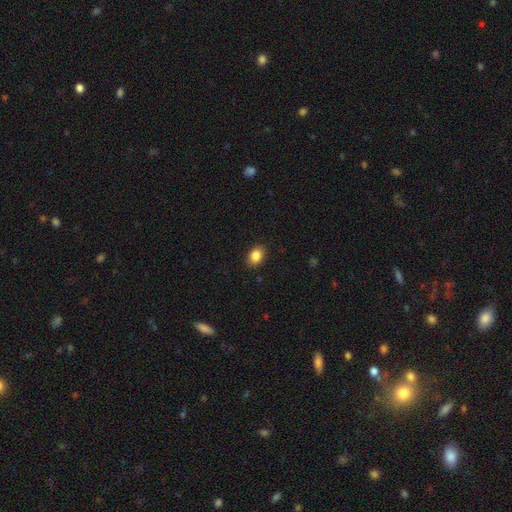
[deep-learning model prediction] Smooth or featured?
  - smooth: 86% *
  - star or artifact: 9%
  - featured or disk: 5%
How rounded?
  - in between: 75% *
  - round: 24%
  - cigar-shaped: 1%
Merging?
  - none: 88% *
  - minor disturbance: 8%
  - major disturbance: 2%
  - merger: 1%